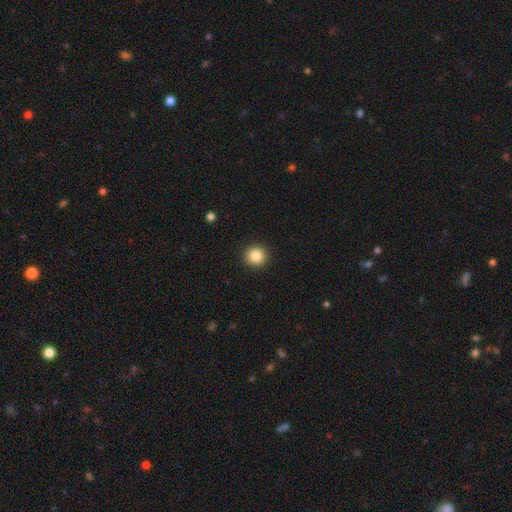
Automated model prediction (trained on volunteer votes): smooth-or-featured: smooth: 85% | star or artifact: 10% | featured or disk: 5%
  how-rounded: round: 93% | in between: 6% | cigar-shaped: 1%
  merging: none: 92% | minor disturbance: 5% | major disturbance: 2% | merger: 1%